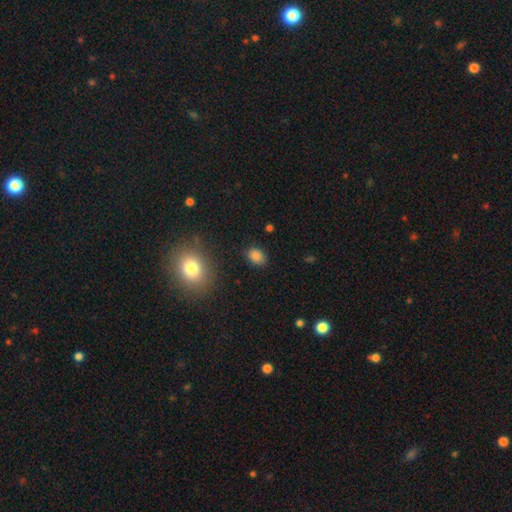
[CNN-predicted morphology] The model was most divided on "how rounded": in between: 74%, round: 25%, cigar-shaped: 1%. More confident: merging — none (83%); smooth or featured — smooth (83%).